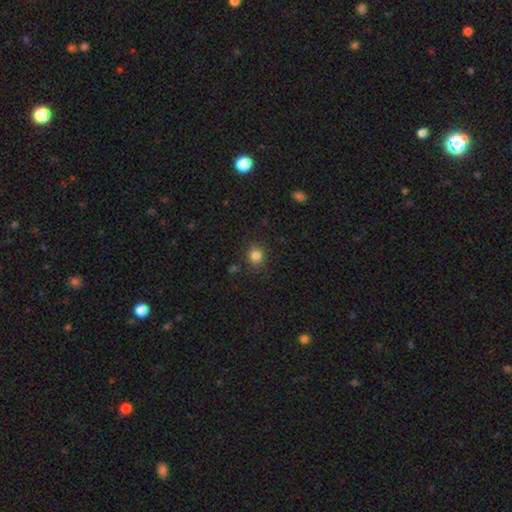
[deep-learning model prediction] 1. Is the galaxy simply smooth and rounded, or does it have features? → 83% smooth, 12% star or artifact, 5% featured or disk.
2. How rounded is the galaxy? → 86% round, 13% in between, 1% cigar-shaped.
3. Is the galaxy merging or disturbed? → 88% none, 8% minor disturbance, 3% major disturbance, 2% merger.